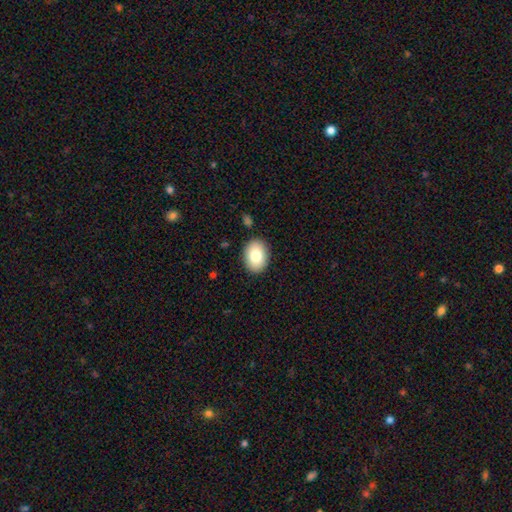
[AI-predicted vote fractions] Smooth or featured?
  - smooth: 81% *
  - featured or disk: 12%
  - star or artifact: 7%
How rounded?
  - in between: 76% *
  - round: 23%
  - cigar-shaped: 1%
Merging?
  - none: 88% *
  - minor disturbance: 8%
  - major disturbance: 2%
  - merger: 2%